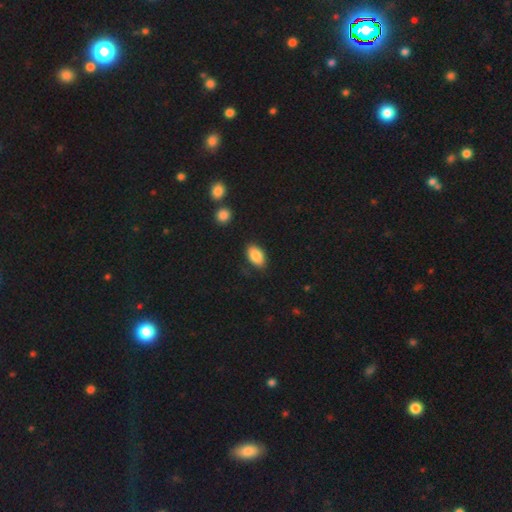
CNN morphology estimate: Smooth or featured? Predicted: smooth (p=0.86). How rounded? Predicted: in between (p=0.92). Merging? Predicted: none (p=0.82).